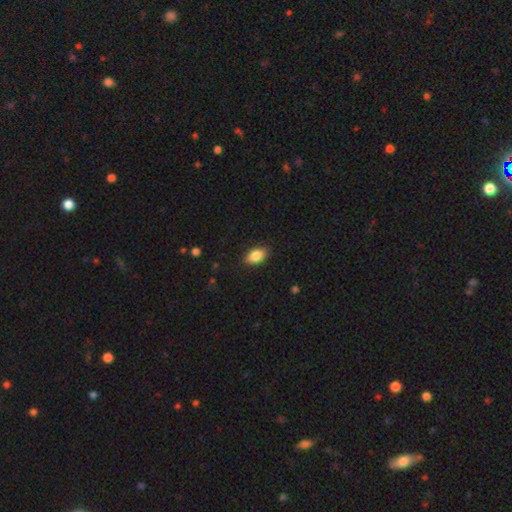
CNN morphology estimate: A smooth galaxy with no disk features (86%) that is in between round and cigar-shaped (90%).

Vote fractions:
- Smooth or featured? smooth: 86% / star or artifact: 7% / featured or disk: 6%
- How rounded? in between: 90% / round: 7% / cigar-shaped: 3%
- Merging? none: 86% / minor disturbance: 11% / major disturbance: 2% / merger: 1%